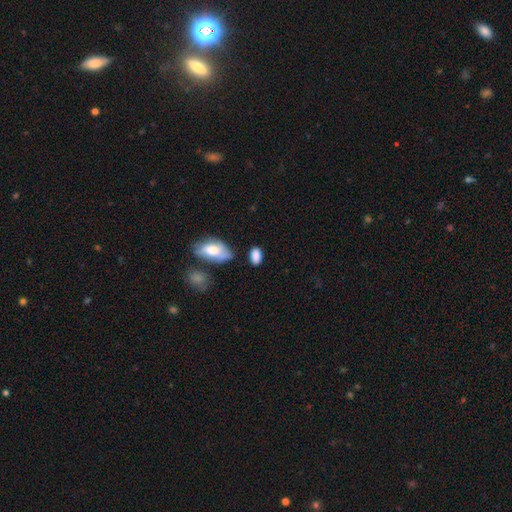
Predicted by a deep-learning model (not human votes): A smooth galaxy with no disk features (85%) that is in between round and cigar-shaped (90%).

Vote fractions:
- Smooth or featured? smooth: 85% / star or artifact: 8% / featured or disk: 7%
- How rounded? in between: 90% / round: 7% / cigar-shaped: 3%
- Merging? none: 65% / minor disturbance: 23% / merger: 6% / major disturbance: 6%